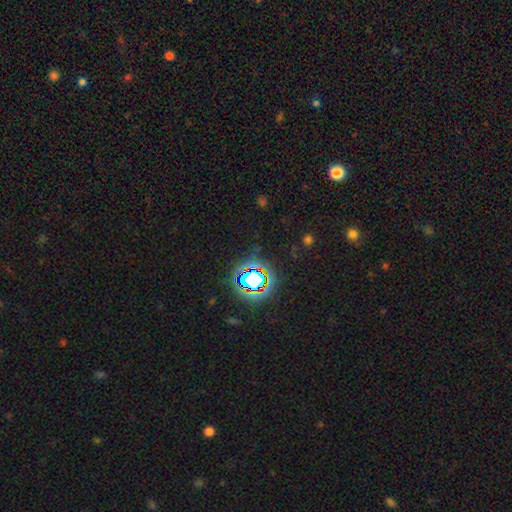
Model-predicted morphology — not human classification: Q: Smooth or featured?
A: star or artifact (75%); runner-up: smooth (16%)